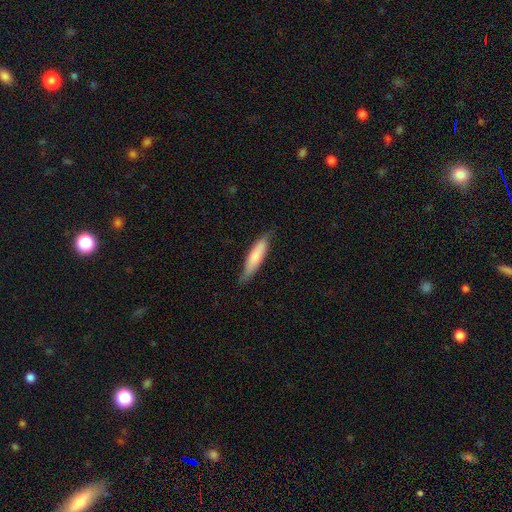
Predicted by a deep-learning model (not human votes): Q: Smooth or featured?
A: smooth (78%); runner-up: featured or disk (17%)
Q: How rounded?
A: cigar-shaped (78%); runner-up: in between (21%)
Q: Merging?
A: none (75%); runner-up: minor disturbance (21%)